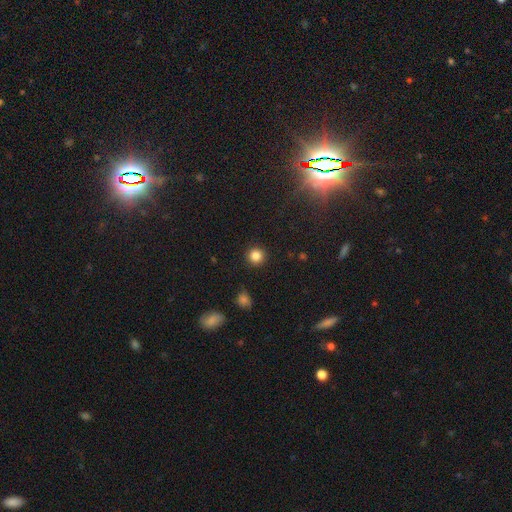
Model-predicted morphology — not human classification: type=smooth (85%); roundness=round (95%); merging=none (92%).